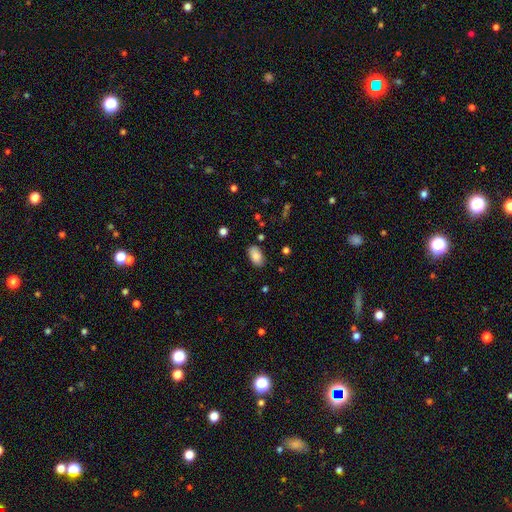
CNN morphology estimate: Overall: smooth (85%). How rounded: in between (94%). Merging: none (84%).